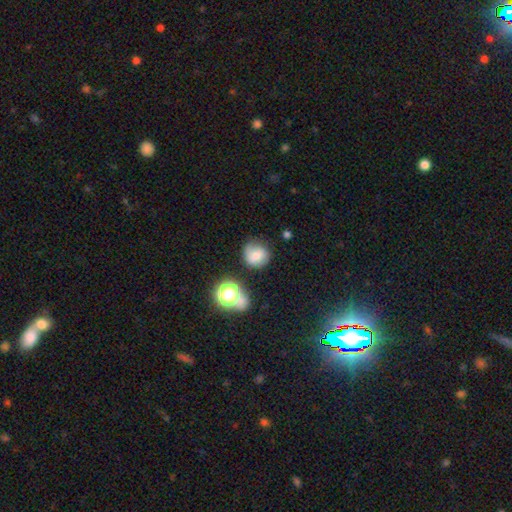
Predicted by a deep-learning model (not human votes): This appears to be a smooth galaxy with no disk features (69%) that is round (85%). Merging: none (65%).